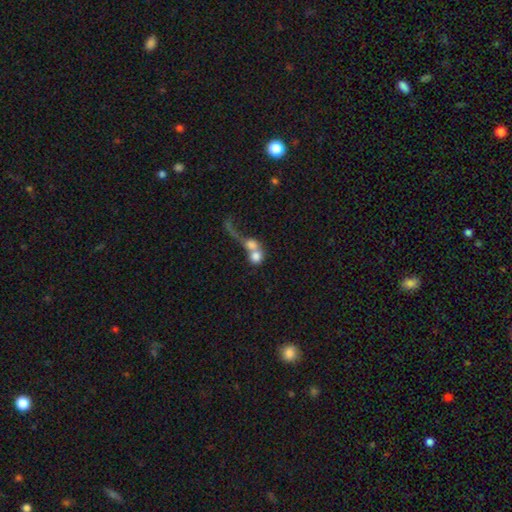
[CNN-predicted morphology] Smooth or featured?
  - smooth: 66% *
  - featured or disk: 23%
  - star or artifact: 10%
How rounded?
  - round: 73% *
  - in between: 24%
  - cigar-shaped: 4%
Merging?
  - merger: 67% *
  - none: 14%
  - major disturbance: 13%
  - minor disturbance: 5%